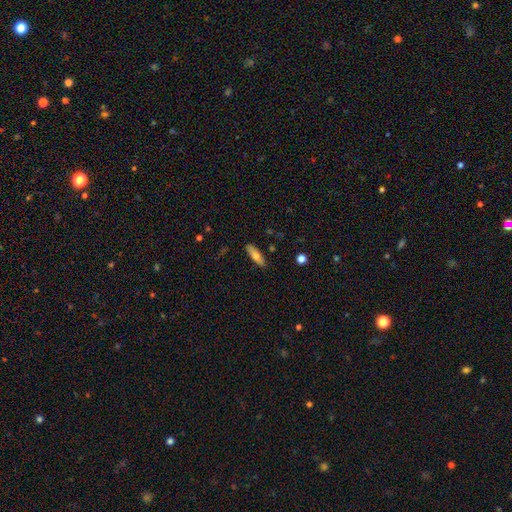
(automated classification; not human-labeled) This is likely a smooth galaxy (70%). How rounded: possibly in between (51%). Merging: clearly none (86%).